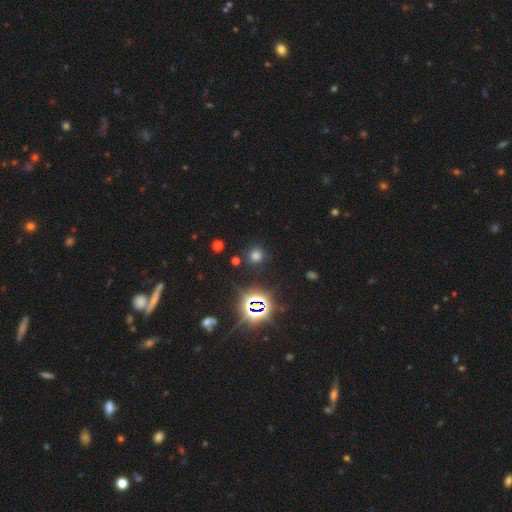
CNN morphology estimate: smooth-or-featured: smooth: 61% | star or artifact: 33% | featured or disk: 6%
  how-rounded: round: 86% | in between: 13% | cigar-shaped: 1%
  merging: none: 84% | minor disturbance: 9% | major disturbance: 4% | merger: 3%